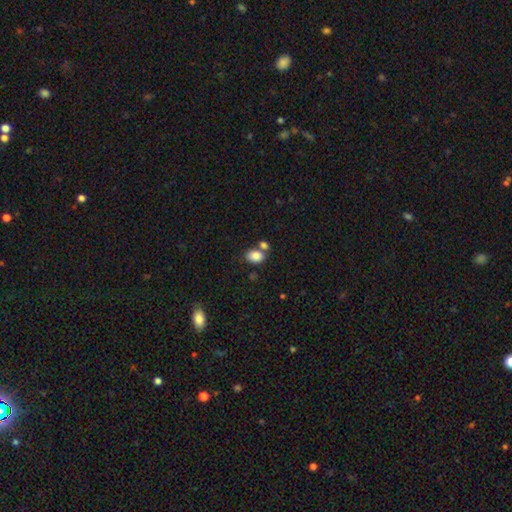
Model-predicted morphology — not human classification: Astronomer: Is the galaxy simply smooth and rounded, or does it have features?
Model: smooth — 85%.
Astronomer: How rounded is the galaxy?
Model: in between — 76%.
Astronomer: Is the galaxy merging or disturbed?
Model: none — 54% (runner-up: merger, 31%).